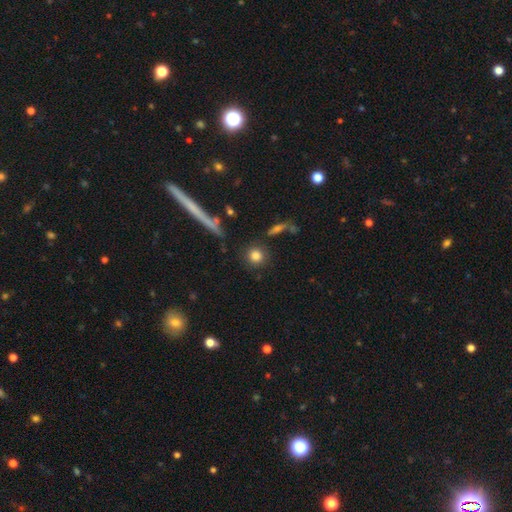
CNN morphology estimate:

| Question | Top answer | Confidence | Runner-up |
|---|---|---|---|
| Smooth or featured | smooth | 82% | star or artifact (10%) |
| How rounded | round | 88% | in between (9%) |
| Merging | none | 82% | minor disturbance (9%) |